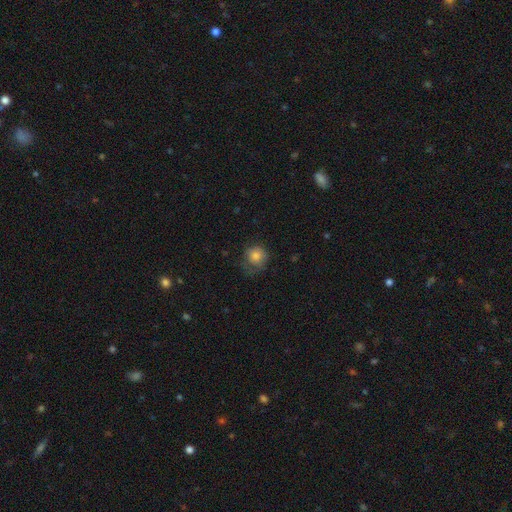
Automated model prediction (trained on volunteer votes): Smooth or featured? smooth (79%)
How rounded? round (83%)
Merging? none (53%)